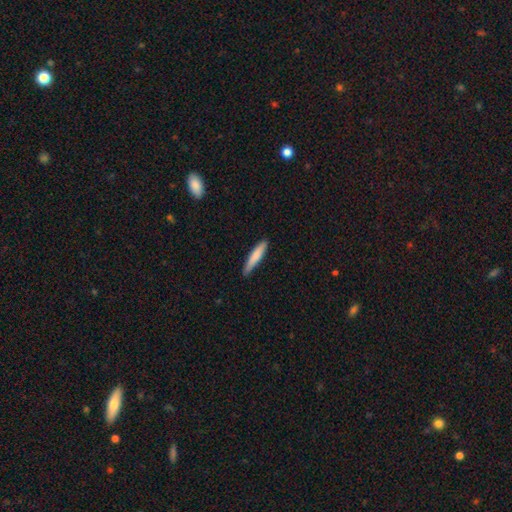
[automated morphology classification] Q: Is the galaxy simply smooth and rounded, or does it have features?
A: smooth — 77%.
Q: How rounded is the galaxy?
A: cigar-shaped — 90%.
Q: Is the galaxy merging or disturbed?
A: none — 81%.